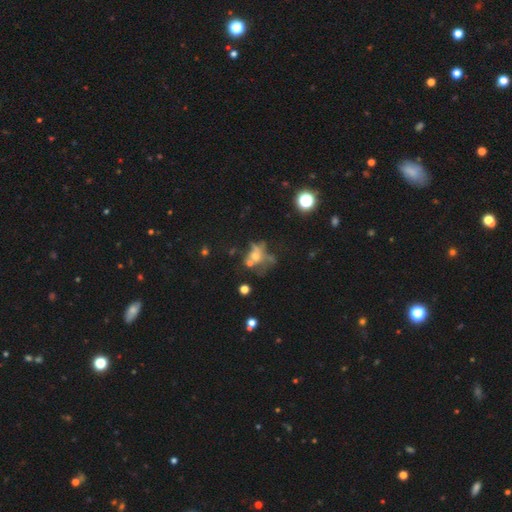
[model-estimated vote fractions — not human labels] Smooth or featured: featured or disk — 40% (smooth — 35%)
Merging: major disturbance — 32% (tied with none — 32%)